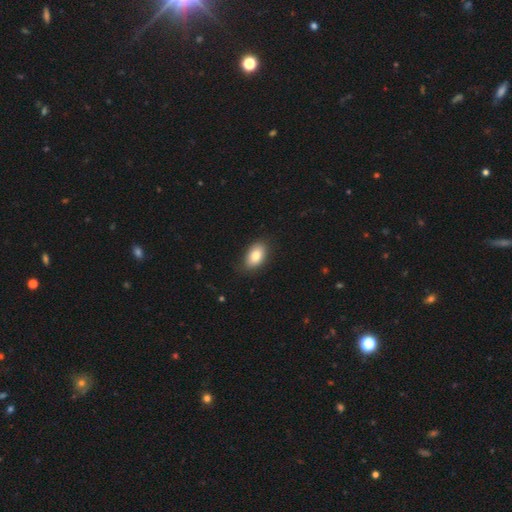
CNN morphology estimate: smooth-or-featured: smooth: 83% | featured or disk: 10% | star or artifact: 7%
  how-rounded: in between: 91% | round: 7% | cigar-shaped: 2%
  merging: none: 83% | minor disturbance: 13% | major disturbance: 3% | merger: 1%